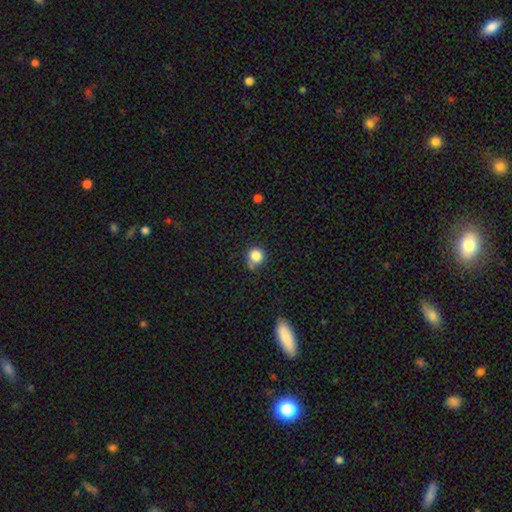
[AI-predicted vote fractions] The model was most divided on "merging": none: 64%, minor disturbance: 21%, merger: 9%, major disturbance: 6%. More confident: how rounded — round (89%); smooth or featured — smooth (84%).